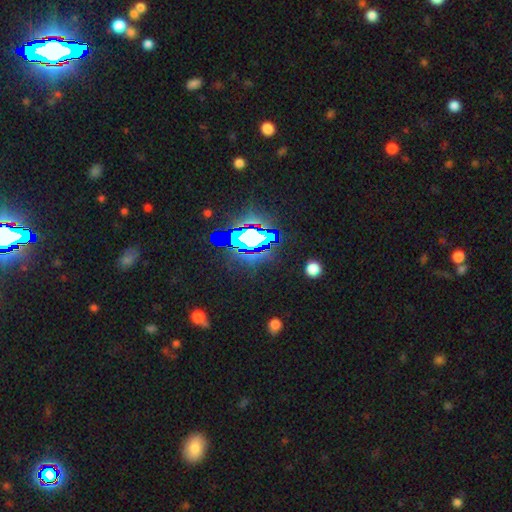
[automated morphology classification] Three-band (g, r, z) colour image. It shows a star or artifact, not a galaxy (76%).